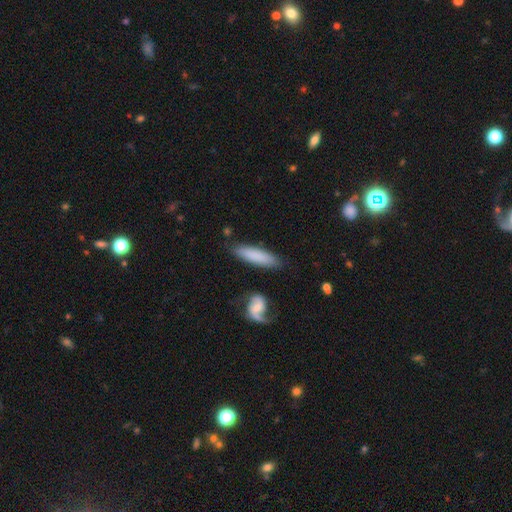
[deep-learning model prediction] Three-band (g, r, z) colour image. It shows a smooth galaxy with no disk features (77%) that is cigar-shaped (70%). Merging: none (77%).